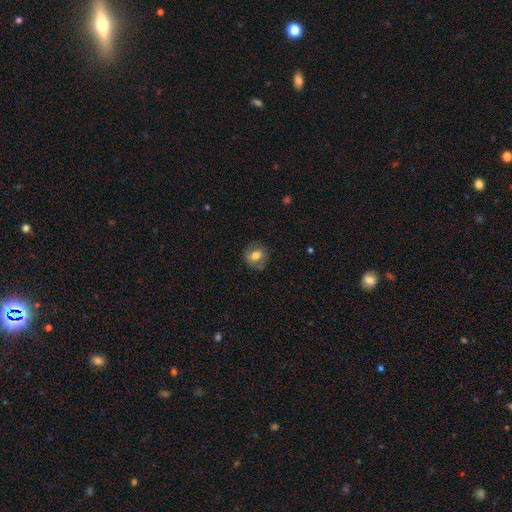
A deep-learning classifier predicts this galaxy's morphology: Smooth or featured? Predicted: smooth (p=0.66). How rounded? Predicted: round (p=0.74). Merging? Predicted: none (p=0.73).